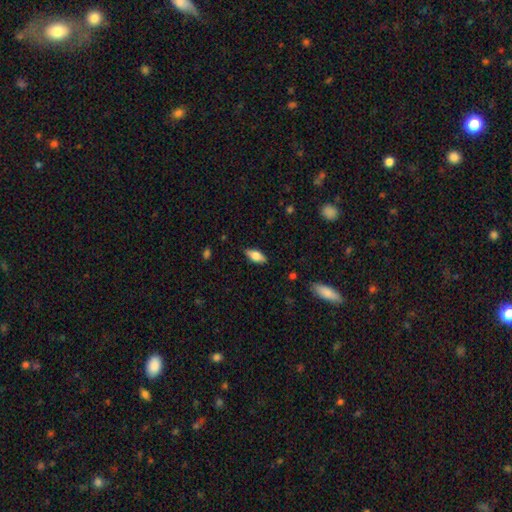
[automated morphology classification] Smooth or featured?
  - smooth: 67% *
  - featured or disk: 26%
  - star or artifact: 7%
How rounded?
  - in between: 81% *
  - cigar-shaped: 16%
  - round: 3%
Merging?
  - none: 85% *
  - minor disturbance: 11%
  - major disturbance: 2%
  - merger: 1%